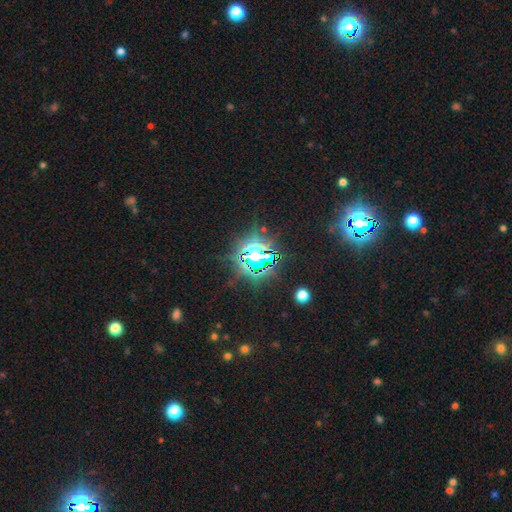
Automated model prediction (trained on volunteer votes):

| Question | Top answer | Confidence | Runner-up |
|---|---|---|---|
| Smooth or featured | star or artifact | 79% | smooth (12%) |